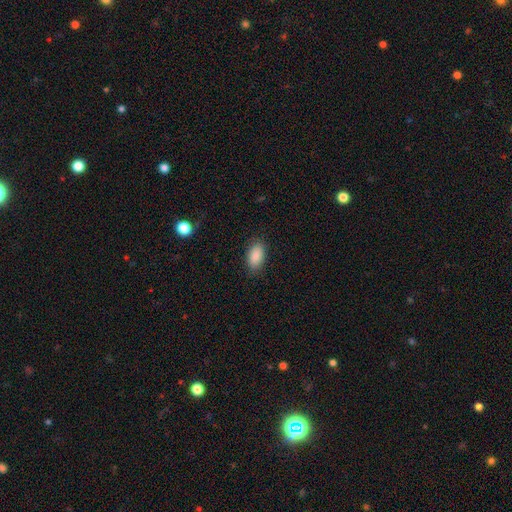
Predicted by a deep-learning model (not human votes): Smooth or featured? smooth (89%)
How rounded? in between (93%)
Merging? none (86%)